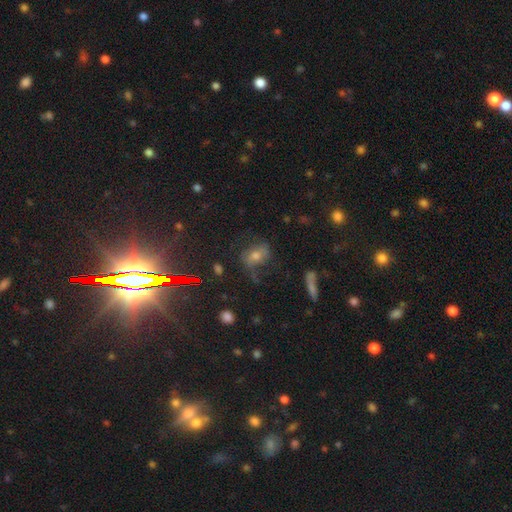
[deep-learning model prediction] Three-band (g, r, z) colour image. It shows a featured or disk galaxy (43%). Merging: none (56%).